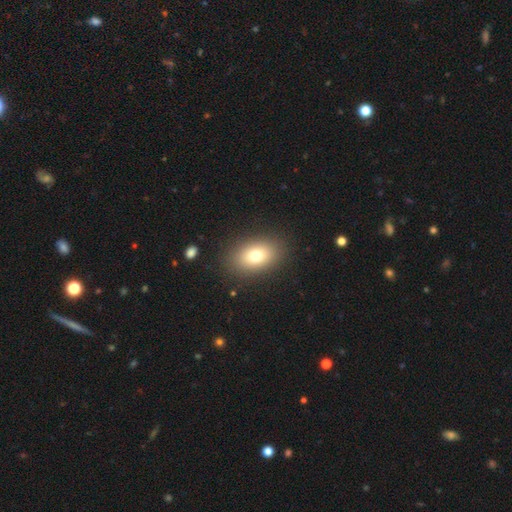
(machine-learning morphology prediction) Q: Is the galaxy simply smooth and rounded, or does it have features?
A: smooth — 75%.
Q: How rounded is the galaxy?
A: in between — 81%.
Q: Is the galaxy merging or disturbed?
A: none — 87%.